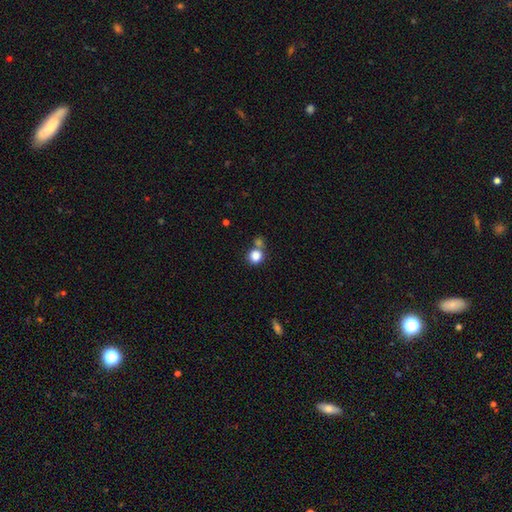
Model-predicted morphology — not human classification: The model was most divided on "merging": none: 60%, merger: 27%, minor disturbance: 9%, major disturbance: 4%. More confident: how rounded — round (87%); smooth or featured — smooth (84%).